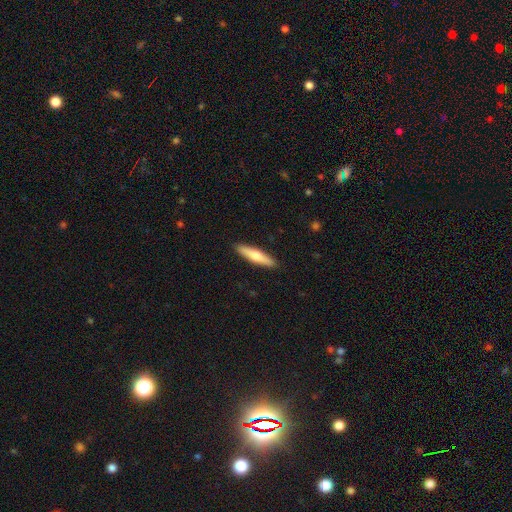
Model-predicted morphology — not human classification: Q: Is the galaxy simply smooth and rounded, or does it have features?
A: smooth — 59%.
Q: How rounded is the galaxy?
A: cigar-shaped — 84%.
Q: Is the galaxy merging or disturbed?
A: none — 91%.